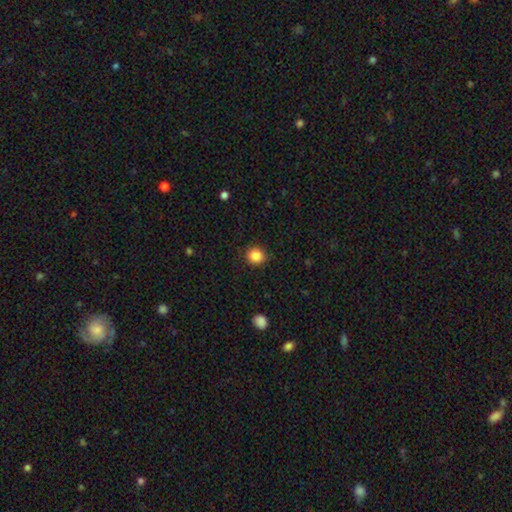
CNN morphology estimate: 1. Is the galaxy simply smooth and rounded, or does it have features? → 86% smooth, 10% star or artifact, 4% featured or disk.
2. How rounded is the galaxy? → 91% round, 9% in between, 1% cigar-shaped.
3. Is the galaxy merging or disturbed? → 90% none, 7% minor disturbance, 2% major disturbance, 1% merger.